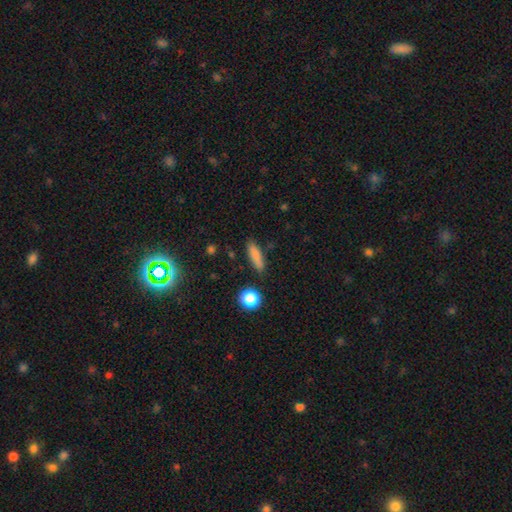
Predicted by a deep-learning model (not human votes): smooth_or_featured: smooth (p=0.81) [alt: featured or disk p=0.10]
how_rounded: cigar-shaped (p=0.56) [alt: in between p=0.40]
merging: none (p=0.83) [alt: minor disturbance p=0.11]